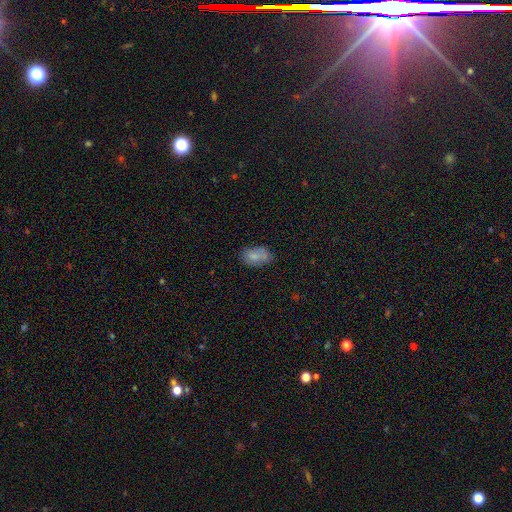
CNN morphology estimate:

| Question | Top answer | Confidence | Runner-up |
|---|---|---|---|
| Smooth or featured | smooth | 78% | featured or disk (13%) |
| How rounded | in between | 90% | round (8%) |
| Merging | none | 66% | minor disturbance (24%) |